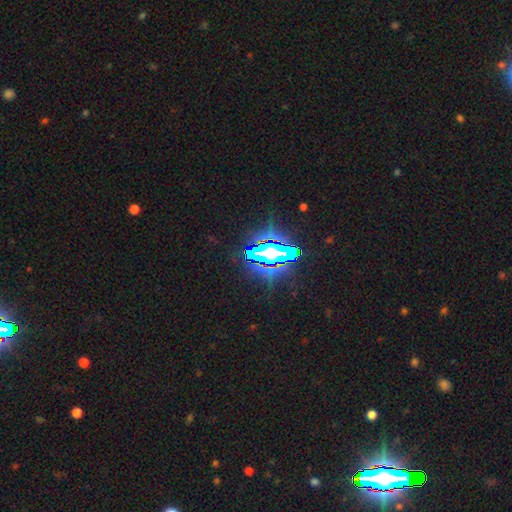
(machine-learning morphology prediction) Smooth or featured: star or artifact — 76% (smooth — 12%)